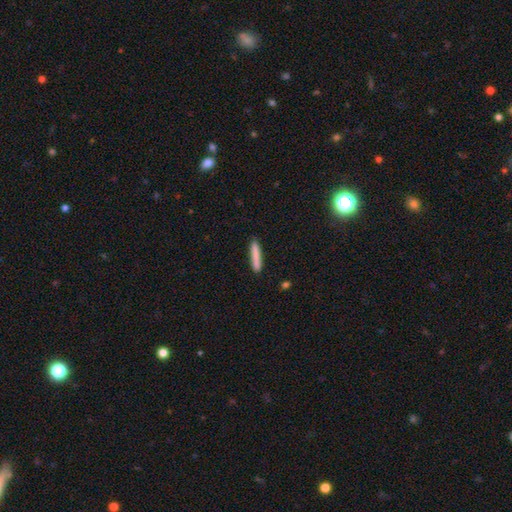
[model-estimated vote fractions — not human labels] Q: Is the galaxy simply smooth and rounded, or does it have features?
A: smooth — 83%.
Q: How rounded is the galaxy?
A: cigar-shaped — 93%.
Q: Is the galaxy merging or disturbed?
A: none — 88%.